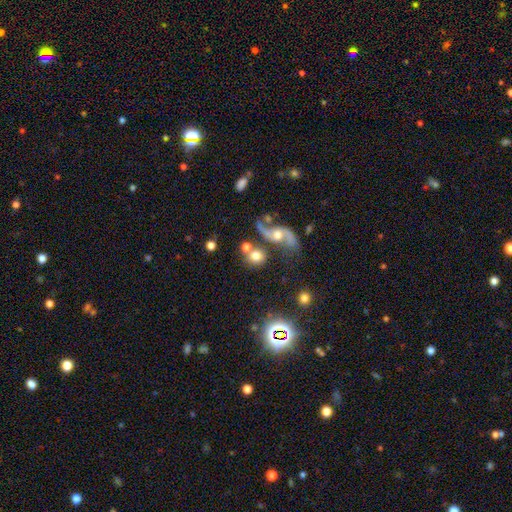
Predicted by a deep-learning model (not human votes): smooth 64%, featured or disk 26%, star or artifact 11%. Down the decision tree: how rounded — round (79%); merging — none (54%).